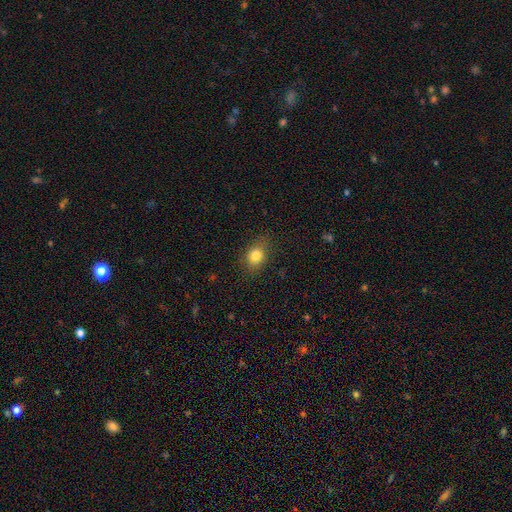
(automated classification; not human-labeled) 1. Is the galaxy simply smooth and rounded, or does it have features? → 81% smooth, 11% star or artifact, 8% featured or disk.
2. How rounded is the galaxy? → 58% in between, 40% round, 2% cigar-shaped.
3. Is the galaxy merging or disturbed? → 82% none, 13% minor disturbance, 4% major disturbance, 1% merger.